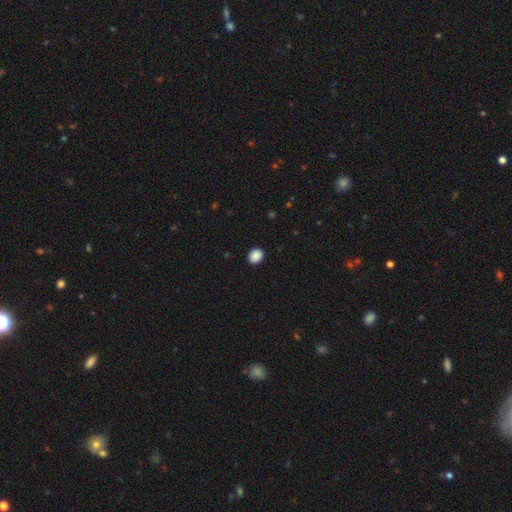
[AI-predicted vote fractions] A smooth galaxy with no disk features (89%) that is round (60%).

Vote fractions:
- Smooth or featured? smooth: 89% / star or artifact: 8% / featured or disk: 2%
- How rounded? round: 60% / in between: 39% / cigar-shaped: 1%
- Merging? none: 91% / minor disturbance: 6% / major disturbance: 2% / merger: 1%